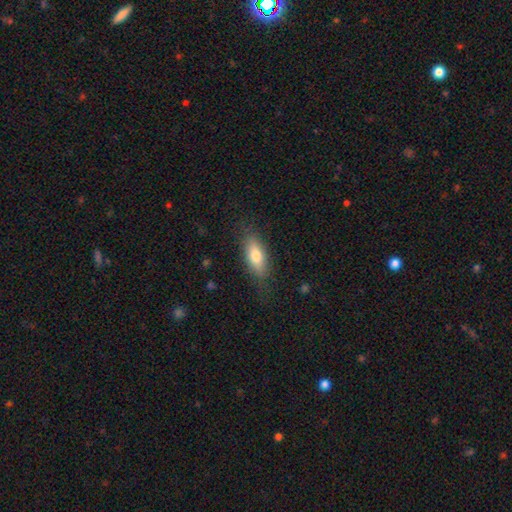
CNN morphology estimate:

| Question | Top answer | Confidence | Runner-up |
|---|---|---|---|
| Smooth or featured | smooth | 74% | featured or disk (19%) |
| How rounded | in between | 75% | cigar-shaped (22%) |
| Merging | none | 80% | minor disturbance (15%) |